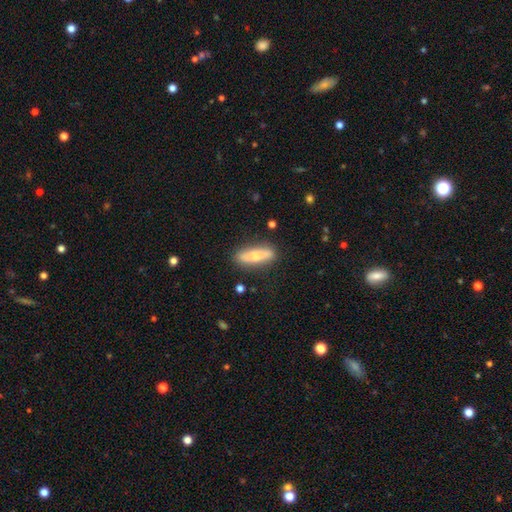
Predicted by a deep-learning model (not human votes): This appears to be a smooth galaxy with no disk features (59%) that is cigar-shaped (56%). Merging: none (81%).